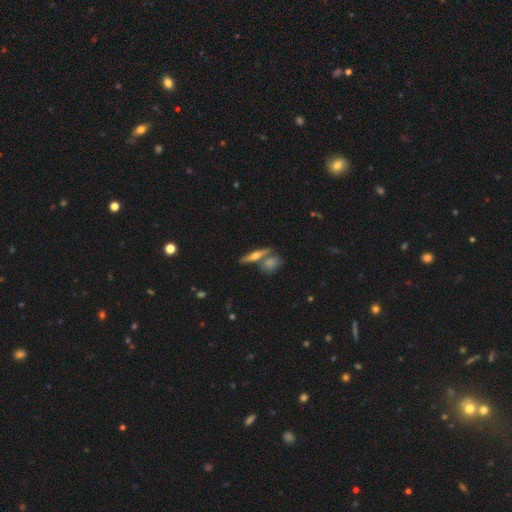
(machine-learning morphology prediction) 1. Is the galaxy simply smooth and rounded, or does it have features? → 57% featured or disk, 35% smooth, 8% star or artifact.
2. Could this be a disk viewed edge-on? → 93% yes, 7% no.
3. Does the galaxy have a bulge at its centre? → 92% rounded, 4% none, 4% boxy.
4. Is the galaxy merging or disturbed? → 67% none, 22% merger, 8% minor disturbance, 3% major disturbance.